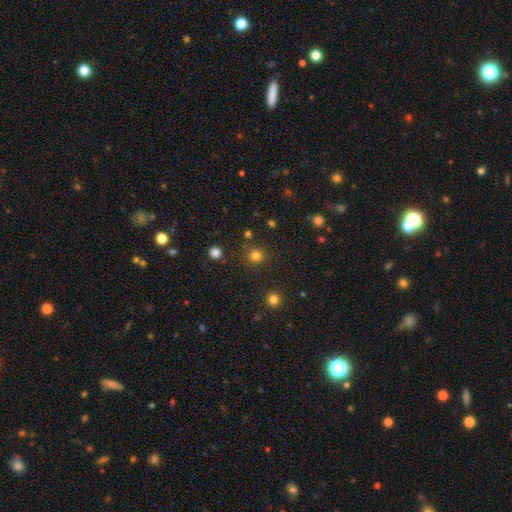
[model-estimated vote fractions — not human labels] Smooth or featured? smooth (79%)
How rounded? round (91%)
Merging? none (85%)